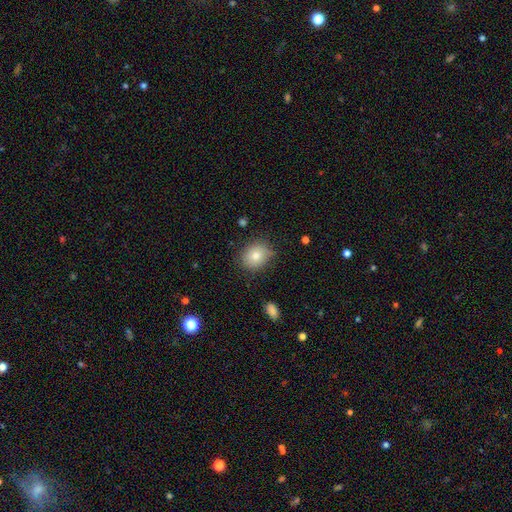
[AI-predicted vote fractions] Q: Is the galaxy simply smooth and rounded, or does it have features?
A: smooth — 77%.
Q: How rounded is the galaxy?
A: round — 60%.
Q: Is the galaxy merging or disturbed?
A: none — 78%.